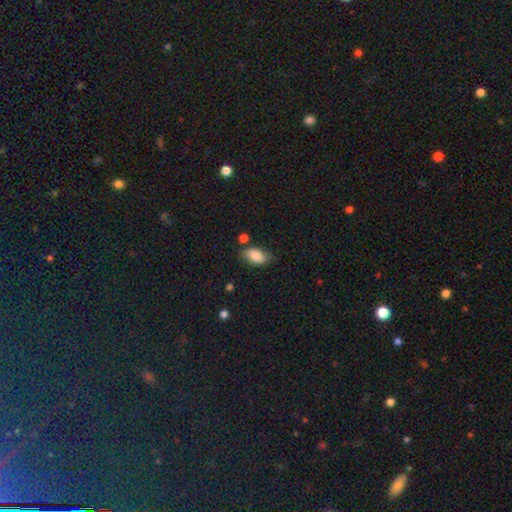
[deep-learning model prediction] Smooth or featured? smooth (85%)
How rounded? in between (92%)
Merging? none (70%)